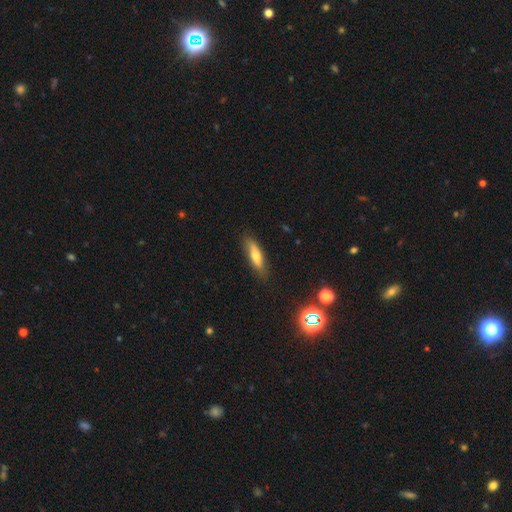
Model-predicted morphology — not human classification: A smooth galaxy with no disk features (59%) that is cigar-shaped (62%).

Vote fractions:
- Smooth or featured? smooth: 59% / featured or disk: 33% / star or artifact: 8%
- How rounded? cigar-shaped: 62% / in between: 35% / round: 2%
- Merging? none: 82% / minor disturbance: 14% / major disturbance: 3% / merger: 1%